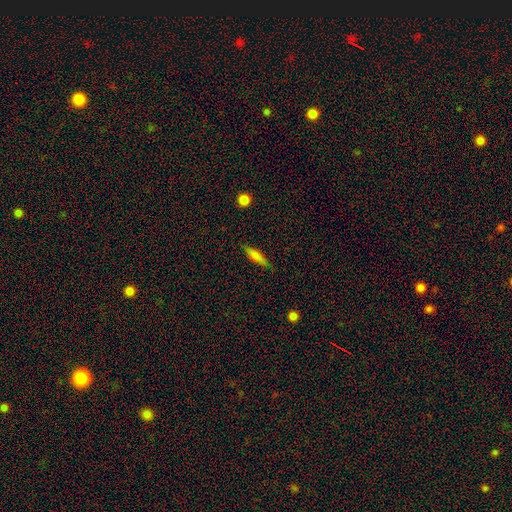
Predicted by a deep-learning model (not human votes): Smooth or featured? Predicted: smooth (p=0.75). How rounded? Predicted: cigar-shaped (p=0.66). Merging? Predicted: none (p=0.82).